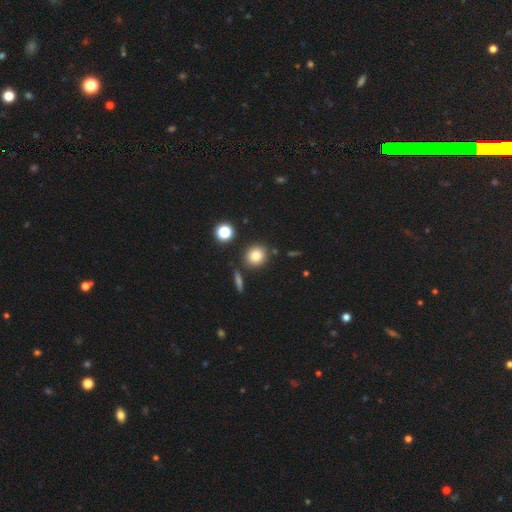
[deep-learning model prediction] This is clearly a smooth galaxy (81%). How rounded: likely round (79%). Merging: clearly none (83%).